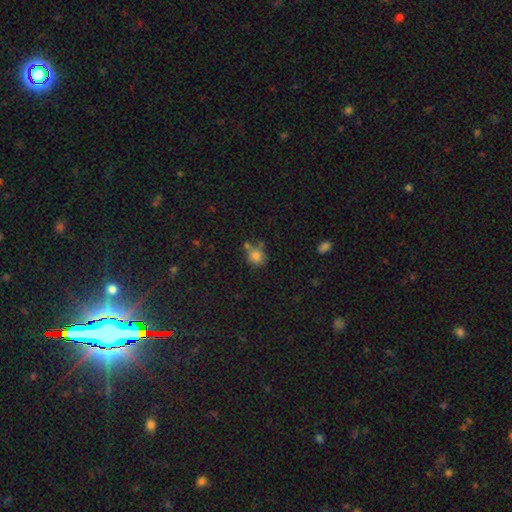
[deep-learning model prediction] Morphology: type=smooth (80%); roundness=round (73%); merging=none (57%).